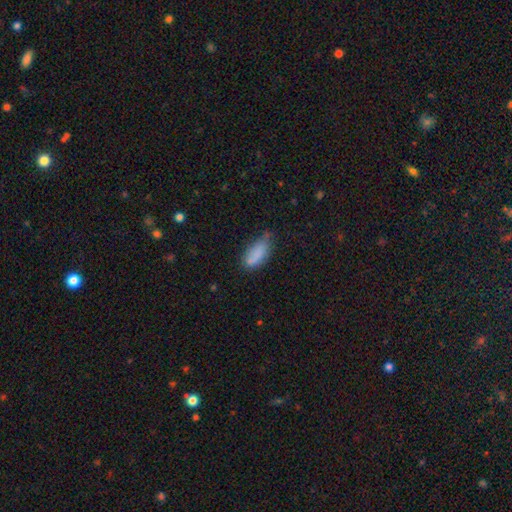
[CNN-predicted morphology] A smooth galaxy with no disk features (81%) that is in between round and cigar-shaped (83%). Merging: none (47%).